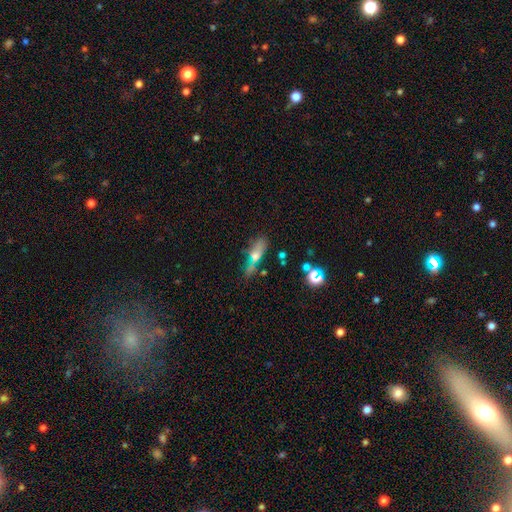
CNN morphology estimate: smooth-or-featured: smooth: 54% | featured or disk: 30% | star or artifact: 16%
  how-rounded: cigar-shaped: 50% | in between: 43% | round: 8%
  merging: none: 46% | minor disturbance: 22% | merger: 18% | major disturbance: 14%